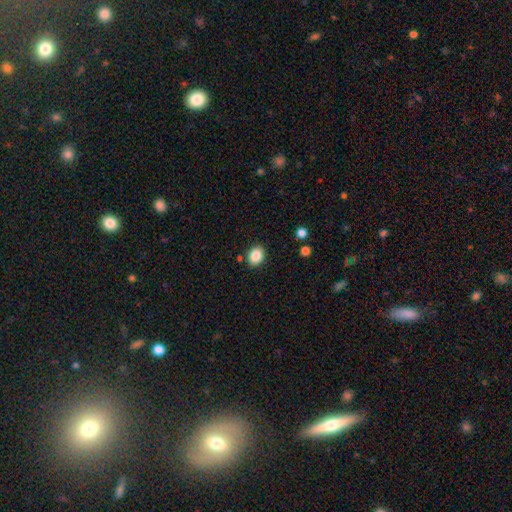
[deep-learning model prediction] This is clearly a smooth galaxy (86%). How rounded: possibly round (57%). Merging: clearly none (86%).